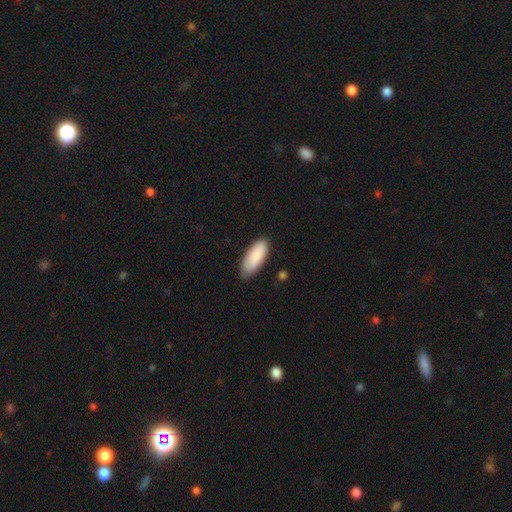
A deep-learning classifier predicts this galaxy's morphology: This appears to be a smooth galaxy with no disk features (89%) that is in between round and cigar-shaped (80%). Merging: none (80%).